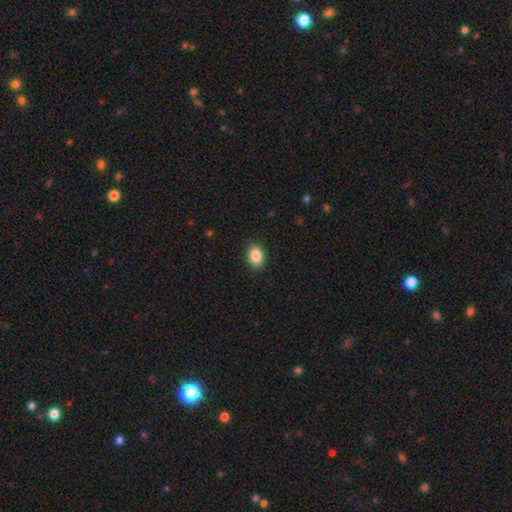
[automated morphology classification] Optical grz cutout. It shows a smooth galaxy with no disk features (87%) that is in between round and cigar-shaped (64%). Merging: none (89%).